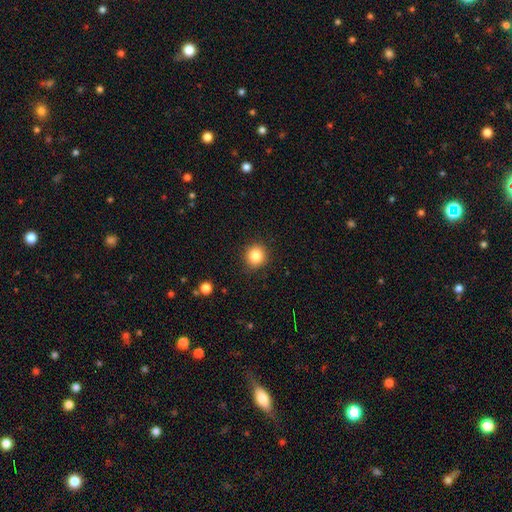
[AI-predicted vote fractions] This appears to be a smooth galaxy with no disk features (84%) that is round (88%). Merging: none (90%).